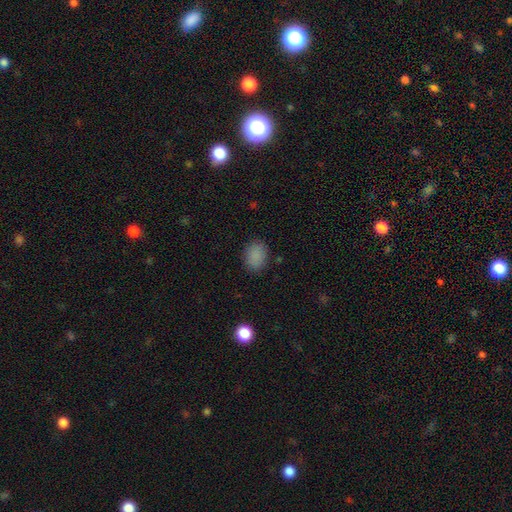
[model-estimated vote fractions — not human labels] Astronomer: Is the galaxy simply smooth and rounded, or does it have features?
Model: smooth — 86%.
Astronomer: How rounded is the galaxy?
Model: in between — 61% (runner-up: round, 38%).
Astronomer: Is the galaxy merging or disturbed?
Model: none — 84%.